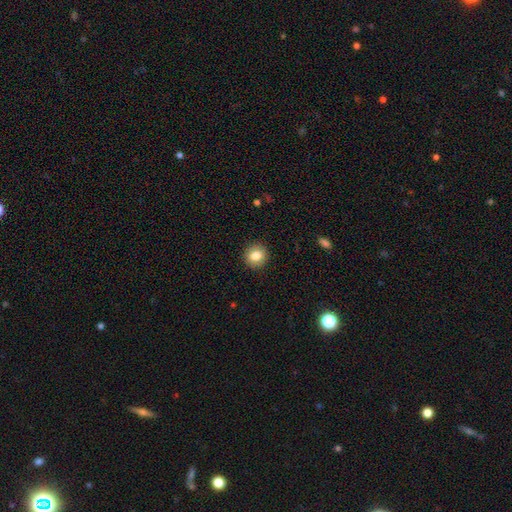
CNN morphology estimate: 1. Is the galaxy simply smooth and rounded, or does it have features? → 82% smooth, 9% star or artifact, 9% featured or disk.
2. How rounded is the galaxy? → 87% round, 12% in between, 1% cigar-shaped.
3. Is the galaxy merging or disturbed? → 91% none, 6% minor disturbance, 2% major disturbance, 1% merger.